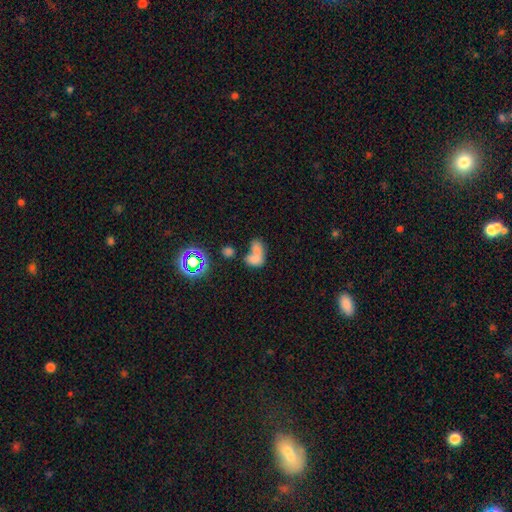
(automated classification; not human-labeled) The model was most divided on "merging": merger: 60%, none: 18%, major disturbance: 12%, minor disturbance: 10%. More confident: how rounded — in between (82%); smooth or featured — smooth (64%).